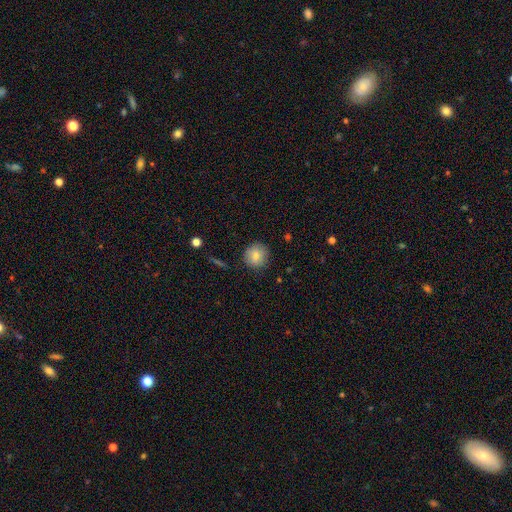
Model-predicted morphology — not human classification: Smooth or featured?
  - smooth: 80% *
  - featured or disk: 11%
  - star or artifact: 9%
How rounded?
  - round: 90% *
  - in between: 9%
  - cigar-shaped: 1%
Merging?
  - none: 86% *
  - minor disturbance: 10%
  - major disturbance: 2%
  - merger: 1%